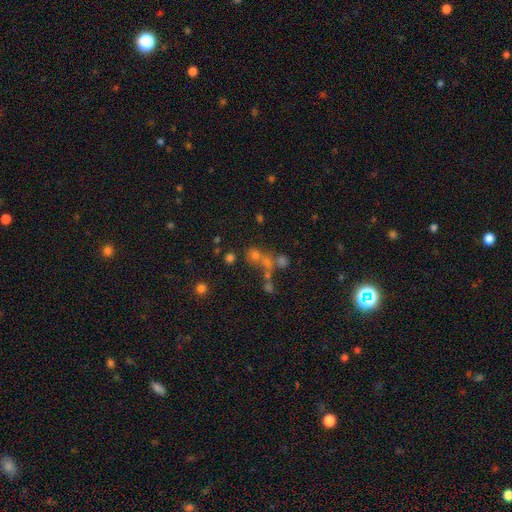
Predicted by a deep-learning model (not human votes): Smooth or featured?
  - smooth: 41% *
  - star or artifact: 39%
  - featured or disk: 20%
Merging?
  - none: 46% *
  - merger: 37%
  - minor disturbance: 8%
  - major disturbance: 8%